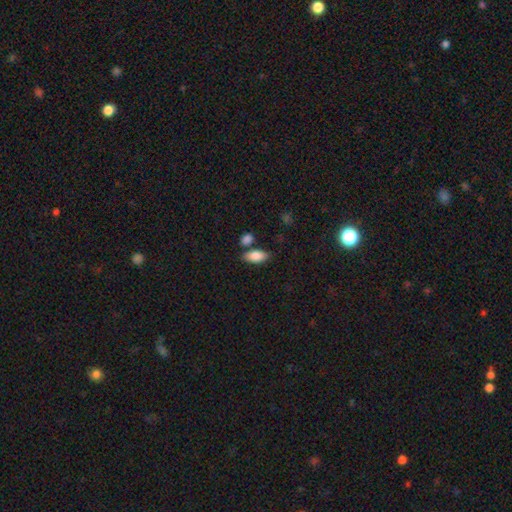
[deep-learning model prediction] smooth-or-featured: smooth: 86% | featured or disk: 8% | star or artifact: 7%
  how-rounded: in between: 89% | cigar-shaped: 8% | round: 3%
  merging: none: 71% | minor disturbance: 13% | merger: 13% | major disturbance: 3%